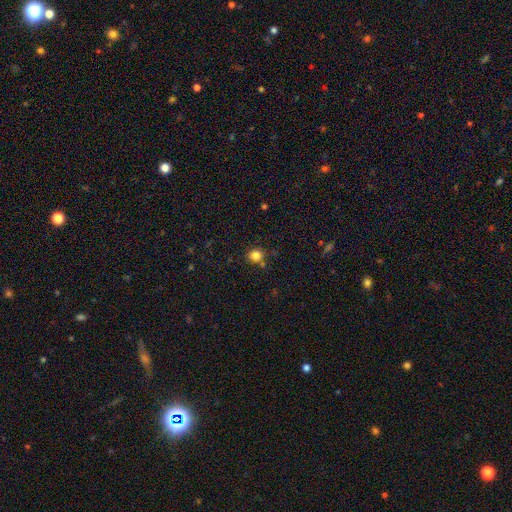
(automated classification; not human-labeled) This appears to be a smooth galaxy with no disk features (82%) that is round (82%). Merging: none (79%).